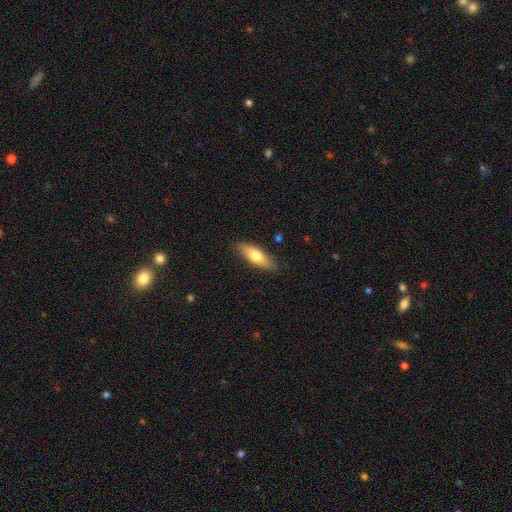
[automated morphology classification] Smooth or featured? Predicted: smooth (p=0.70). How rounded? Predicted: in between (p=0.53). Merging? Predicted: none (p=0.84).